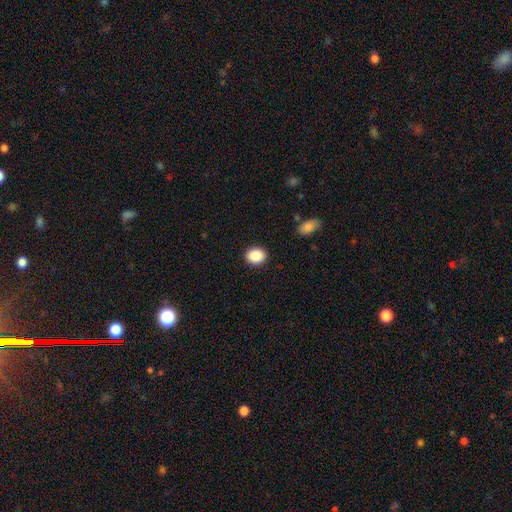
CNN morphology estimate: This is clearly a smooth galaxy (88%). How rounded: likely round (64%). Merging: clearly none (91%).